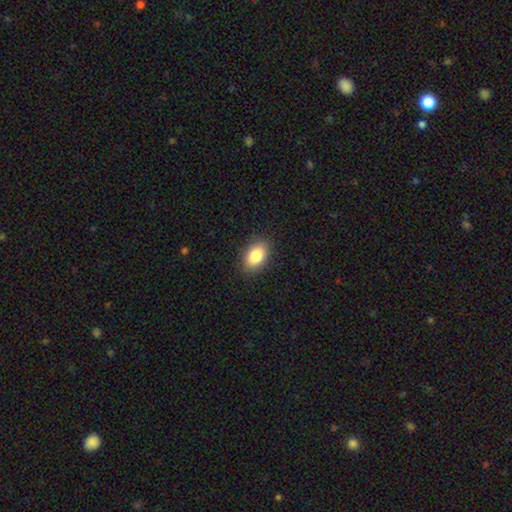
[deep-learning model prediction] Morphology: type=smooth (83%); roundness=in between (85%); merging=none (88%).